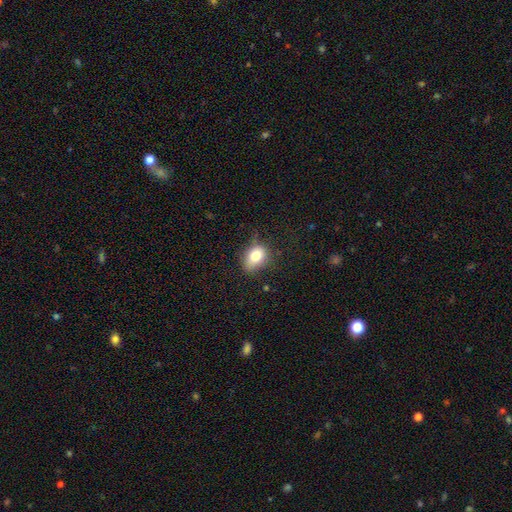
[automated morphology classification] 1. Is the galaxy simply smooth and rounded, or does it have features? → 79% smooth, 11% featured or disk, 10% star or artifact.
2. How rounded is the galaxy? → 70% in between, 28% round, 2% cigar-shaped.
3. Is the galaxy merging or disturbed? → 57% none, 31% minor disturbance, 10% major disturbance, 2% merger.